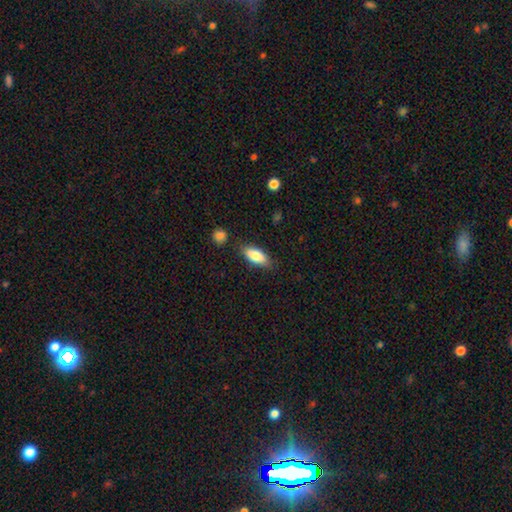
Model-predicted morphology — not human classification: Smooth or featured: smooth — 82% (featured or disk — 12%)
How rounded: in between — 79% (cigar-shaped — 18%)
Merging: none — 80% (minor disturbance — 13%)